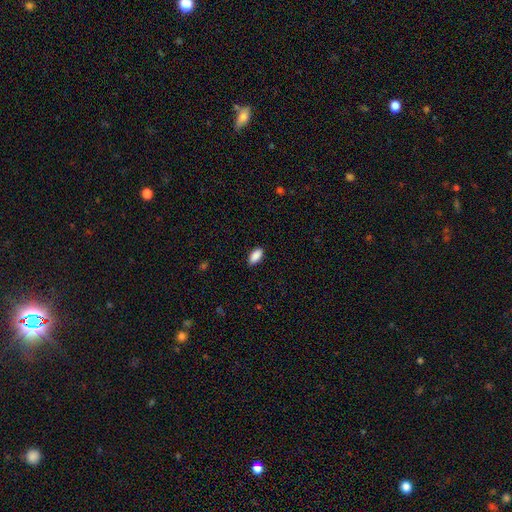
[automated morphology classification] smooth_or_featured: smooth (p=0.90) [alt: star or artifact p=0.07]
how_rounded: in between (p=0.91) [alt: cigar-shaped p=0.07]
merging: none (p=0.88) [alt: minor disturbance p=0.09]